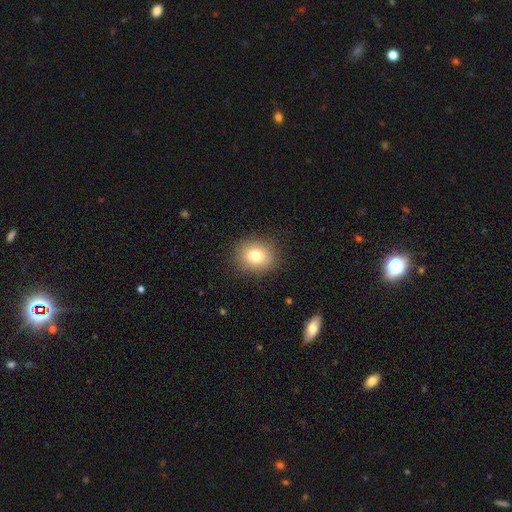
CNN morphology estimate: Q: Smooth or featured?
A: smooth (79%); runner-up: star or artifact (11%)
Q: How rounded?
A: round (70%); runner-up: in between (29%)
Q: Merging?
A: none (88%); runner-up: minor disturbance (9%)